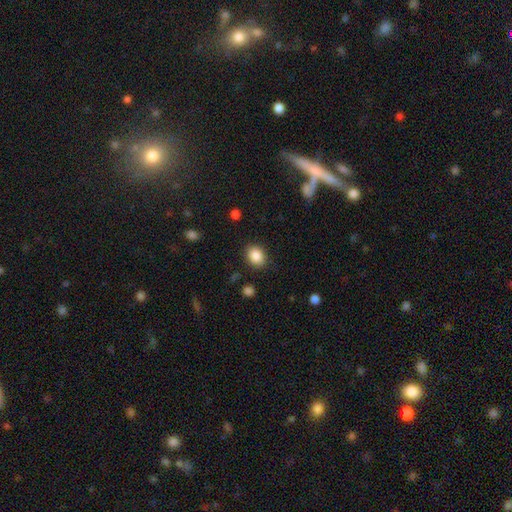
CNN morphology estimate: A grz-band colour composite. It shows a smooth galaxy with no disk features (87%) that is in between round and cigar-shaped (52%). Merging: none (87%).